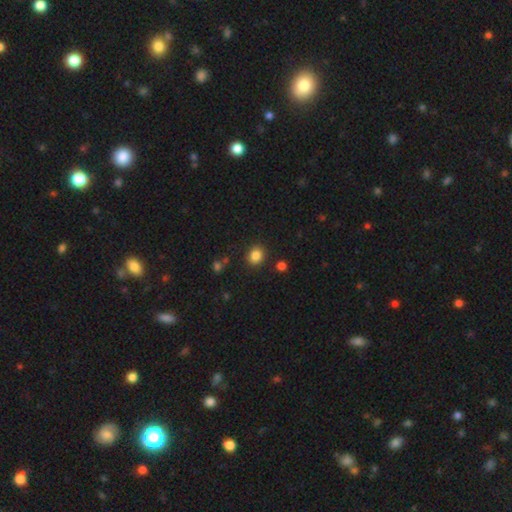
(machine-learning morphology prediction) smooth-or-featured: smooth: 84% | star or artifact: 12% | featured or disk: 4%
  how-rounded: round: 74% | in between: 25% | cigar-shaped: 1%
  merging: none: 86% | minor disturbance: 8% | merger: 3% | major disturbance: 3%